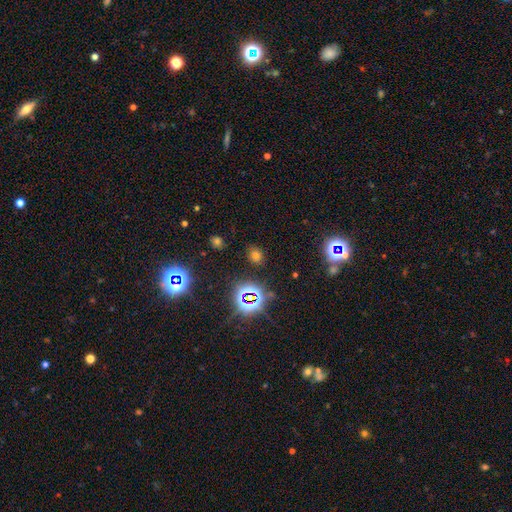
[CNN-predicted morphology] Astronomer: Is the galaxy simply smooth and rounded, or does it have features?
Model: smooth — 53% (runner-up: star or artifact, 40%).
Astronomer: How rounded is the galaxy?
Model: round — 63%.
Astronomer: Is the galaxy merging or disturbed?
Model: none — 86%.